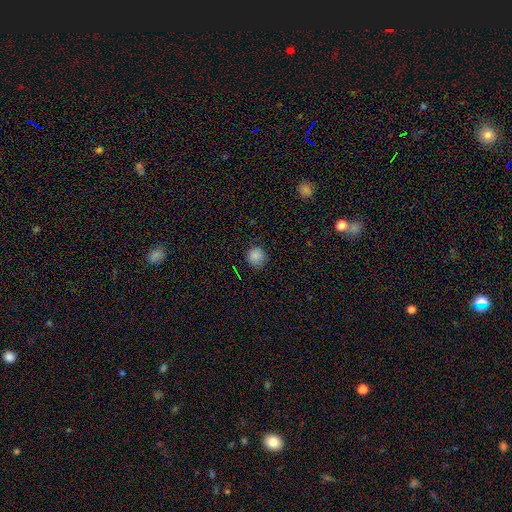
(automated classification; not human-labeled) This is clearly a smooth galaxy (86%). How rounded: clearly round (92%). Merging: clearly none (85%).